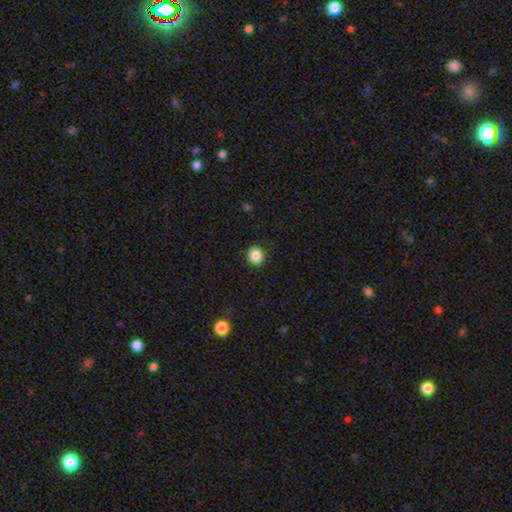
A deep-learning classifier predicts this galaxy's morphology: This appears to be a smooth galaxy with no disk features (86%) that is round (88%). Merging: none (90%).